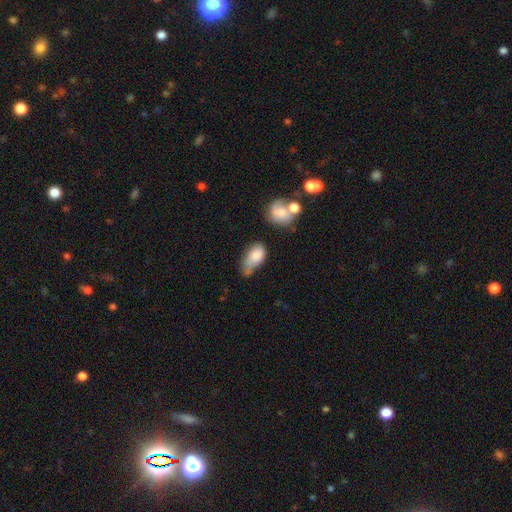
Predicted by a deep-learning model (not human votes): Smooth or featured: smooth — 77% (featured or disk — 15%)
How rounded: in between — 89% (round — 7%)
Merging: minor disturbance — 39% (major disturbance — 25%)